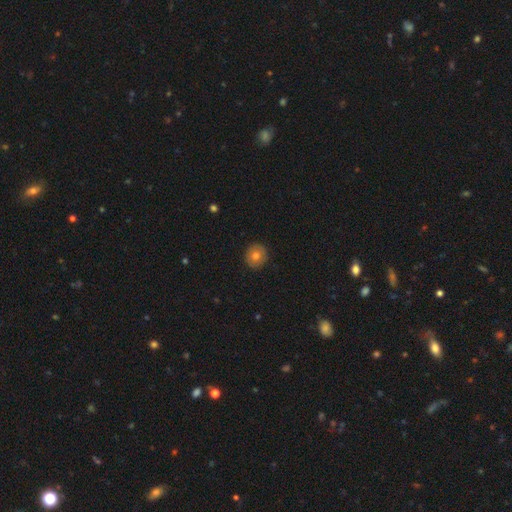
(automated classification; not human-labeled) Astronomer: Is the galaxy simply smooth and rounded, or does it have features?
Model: smooth — 75%.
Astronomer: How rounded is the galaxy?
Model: round — 87%.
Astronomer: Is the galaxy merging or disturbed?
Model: none — 90%.